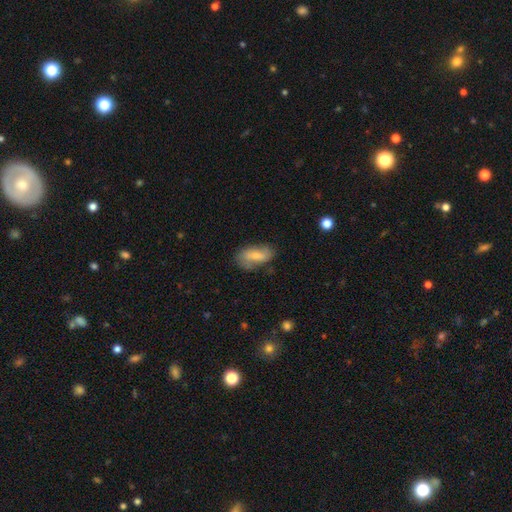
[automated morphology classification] This appears to be a smooth galaxy with no disk features (58%) that is in between round and cigar-shaped (89%). Merging: none (64%).